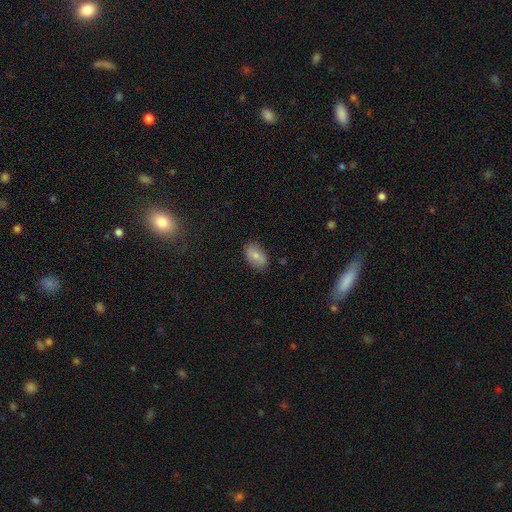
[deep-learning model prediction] This appears to be a smooth galaxy with no disk features (74%) that is in between round and cigar-shaped (91%). Merging: none (84%).